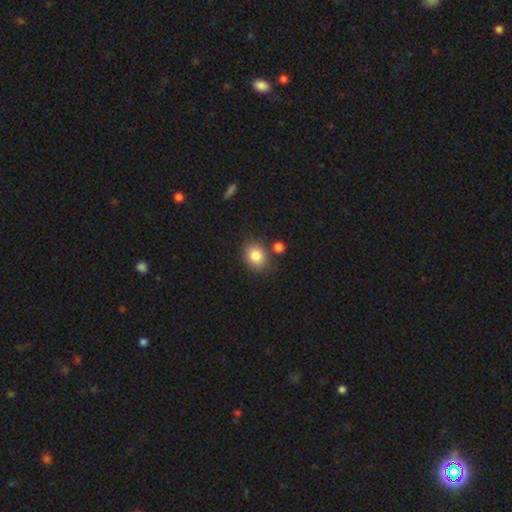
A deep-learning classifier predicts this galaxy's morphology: Smooth or featured: smooth — 84% (star or artifact — 9%)
How rounded: in between — 50% (round — 49%)
Merging: none — 76% (minor disturbance — 12%)